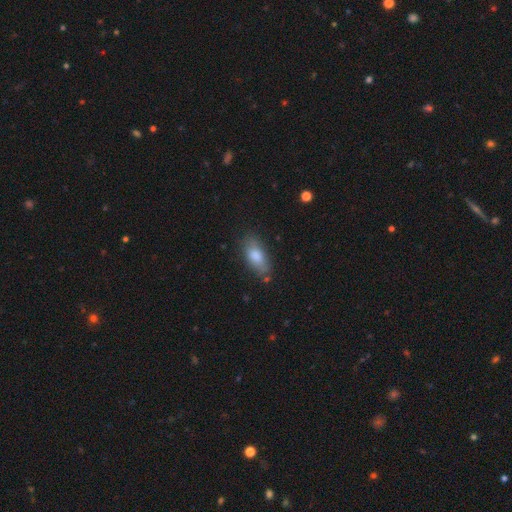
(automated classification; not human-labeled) smooth 80%, featured or disk 13%, star or artifact 7%. Down the decision tree: how rounded — in between (85%); merging — none (72%).